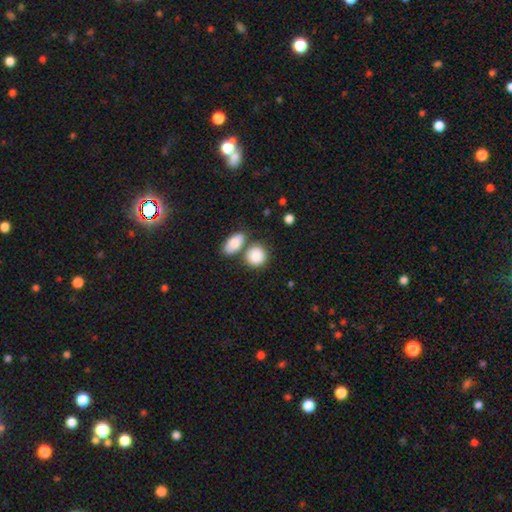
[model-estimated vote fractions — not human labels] Morphology: type=smooth (87%); roundness=round (70%); merging=none (57%).